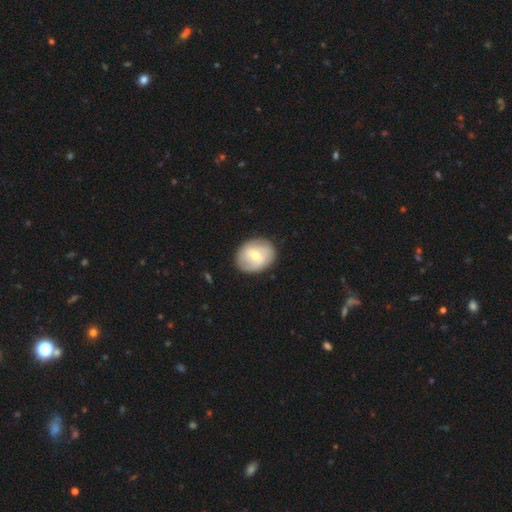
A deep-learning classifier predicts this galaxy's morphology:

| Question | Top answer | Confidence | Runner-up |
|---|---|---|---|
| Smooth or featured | featured or disk | 47% | tied: smooth (47%) |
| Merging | none | 84% | minor disturbance (11%) |